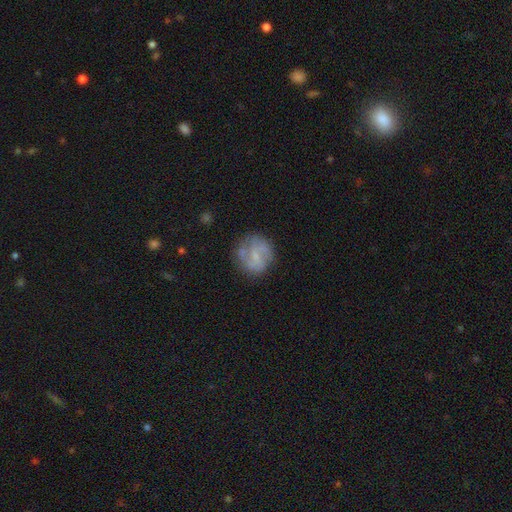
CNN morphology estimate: Overall: featured or disk (56%; smooth 35%). Edge-on disk: no (98%). Bar: no (50%; weak 40%). Spiral arms: yes (67%; no 33%). Bulge size: small (47%; none 32%). Merging: none (69%).